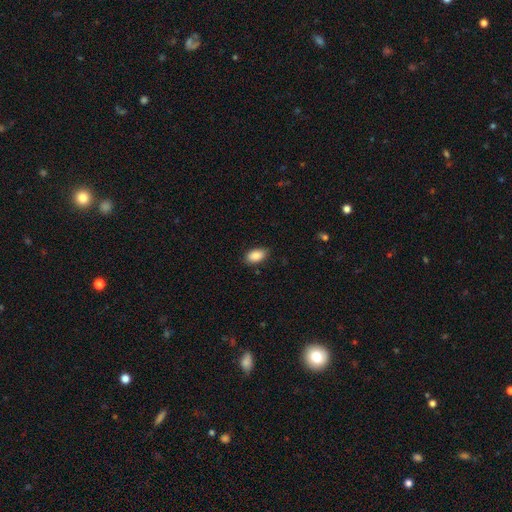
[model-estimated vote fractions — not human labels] This is clearly a smooth galaxy (88%). How rounded: clearly in between (93%). Merging: clearly none (85%).